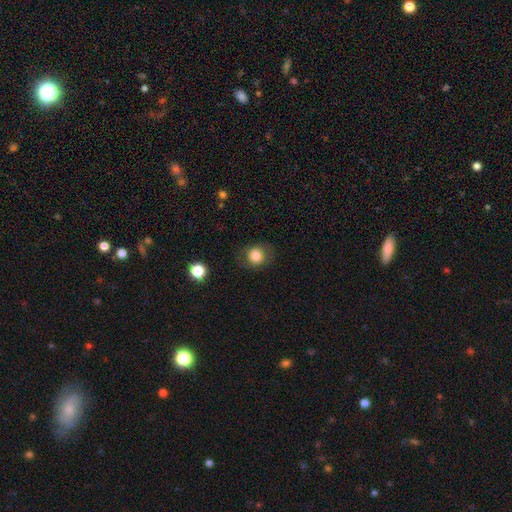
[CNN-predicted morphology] A smooth galaxy with no disk features (80%) that is round (79%). Merging: none (78%).